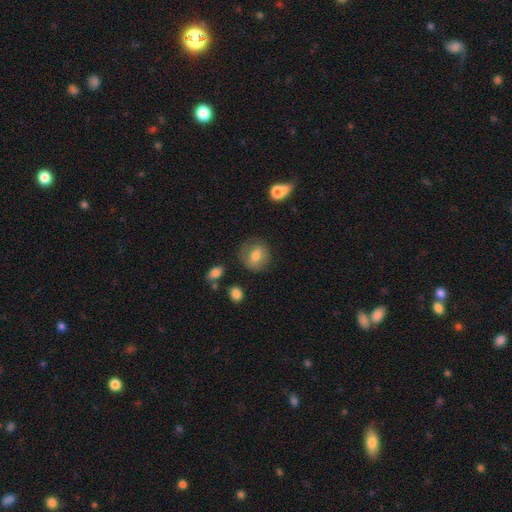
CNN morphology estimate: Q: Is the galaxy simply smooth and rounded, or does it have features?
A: smooth — 71%.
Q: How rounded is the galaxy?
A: round — 75%.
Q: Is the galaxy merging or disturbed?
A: none — 77%.